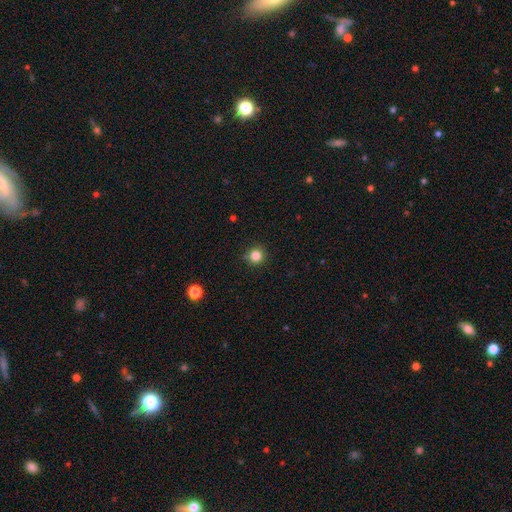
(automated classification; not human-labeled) Smooth or featured?
  - smooth: 83% *
  - star or artifact: 13%
  - featured or disk: 4%
How rounded?
  - round: 95% *
  - in between: 5%
  - cigar-shaped: 1%
Merging?
  - none: 90% *
  - minor disturbance: 7%
  - major disturbance: 2%
  - merger: 1%